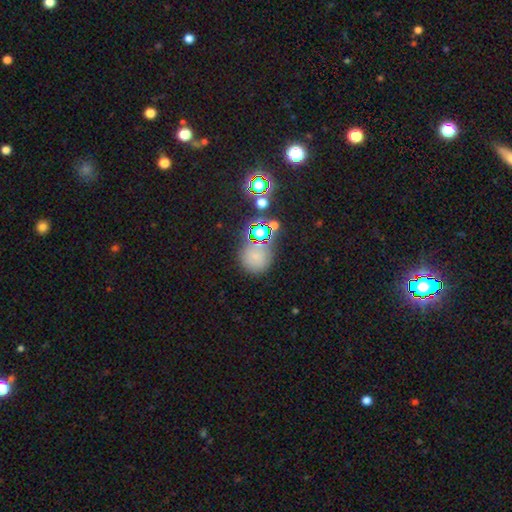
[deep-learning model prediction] Smooth or featured?
  - smooth: 60% *
  - star or artifact: 29%
  - featured or disk: 11%
How rounded?
  - round: 85% *
  - in between: 14%
  - cigar-shaped: 1%
Merging?
  - none: 69% *
  - minor disturbance: 14%
  - merger: 11%
  - major disturbance: 6%